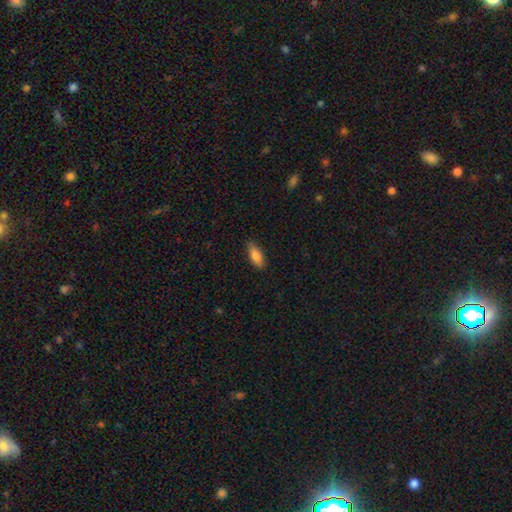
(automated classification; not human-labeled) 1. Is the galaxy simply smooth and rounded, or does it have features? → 84% smooth, 9% featured or disk, 7% star or artifact.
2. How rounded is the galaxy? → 80% in between, 18% cigar-shaped, 2% round.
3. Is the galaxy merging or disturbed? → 84% none, 12% minor disturbance, 2% major disturbance, 1% merger.